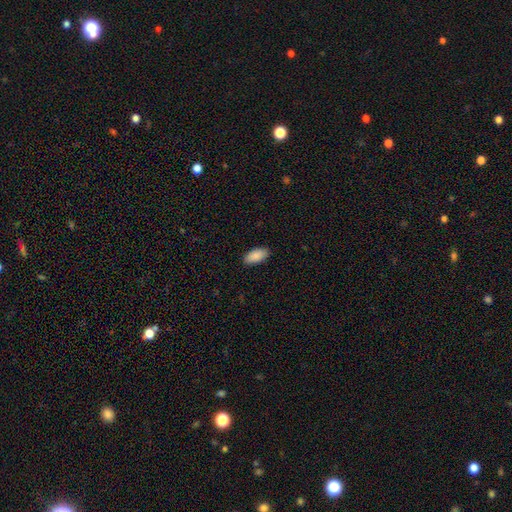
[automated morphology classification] smooth 90%, star or artifact 6%, featured or disk 4%. Down the decision tree: how rounded — in between (93%); merging — none (89%).